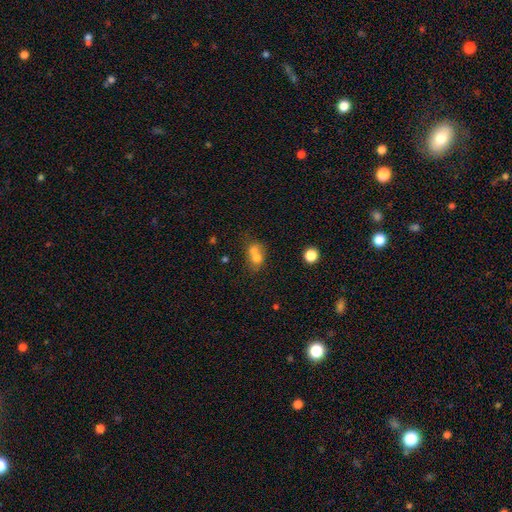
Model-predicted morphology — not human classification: smooth_or_featured: smooth (p=0.68) [alt: featured or disk p=0.20]
how_rounded: round (p=0.60) [alt: in between p=0.38]
merging: merger (p=0.66) [alt: none p=0.23]